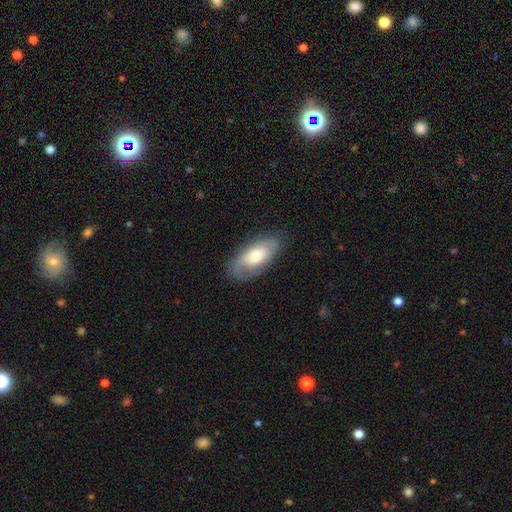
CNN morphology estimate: type=smooth (52%); roundness=in between (91%); merging=none (74%).